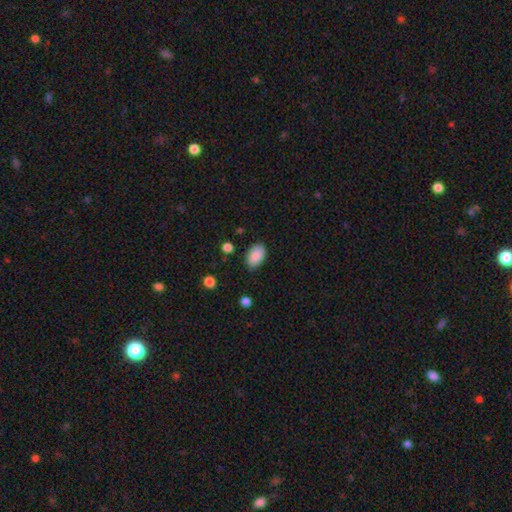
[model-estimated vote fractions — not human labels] smooth-or-featured: smooth: 89% | star or artifact: 7% | featured or disk: 4%
  how-rounded: in between: 92% | round: 7% | cigar-shaped: 1%
  merging: none: 81% | minor disturbance: 14% | major disturbance: 3% | merger: 1%